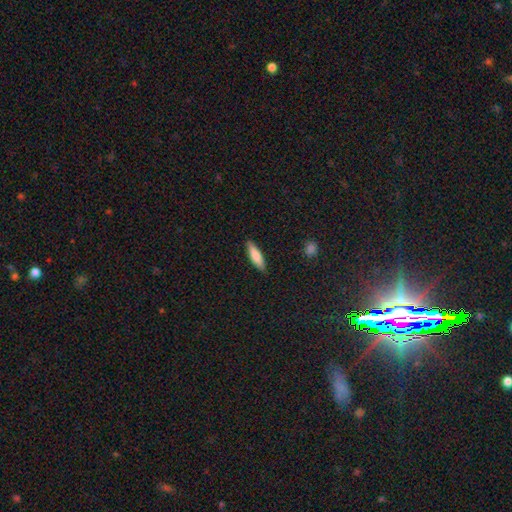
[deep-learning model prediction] The model was most divided on "how rounded": cigar-shaped: 67%, in between: 31%, round: 2%. More confident: merging — none (87%); smooth or featured — smooth (77%).